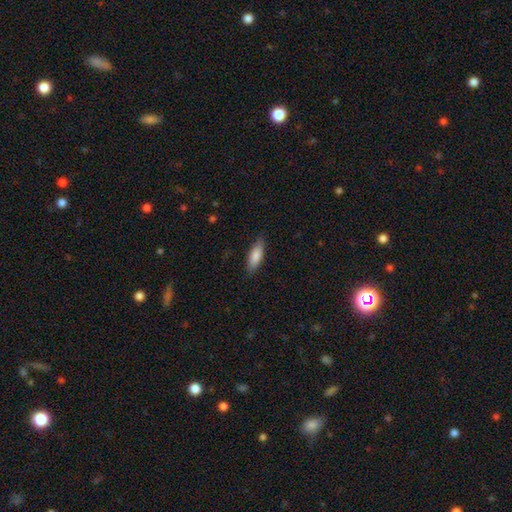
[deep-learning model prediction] This appears to be a smooth galaxy with no disk features (84%) that is in between round and cigar-shaped (61%). Merging: none (83%).